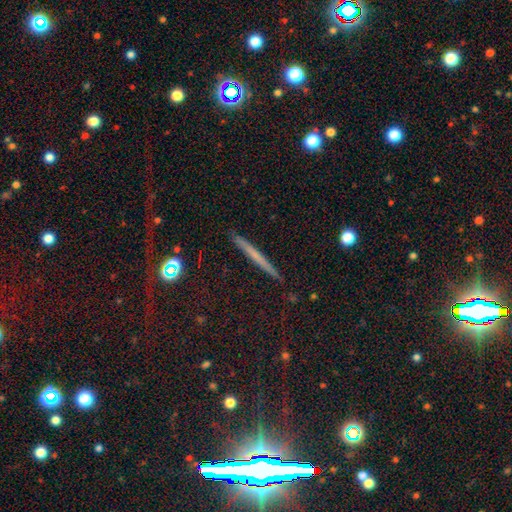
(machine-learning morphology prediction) smooth 45%, featured or disk 43%, star or artifact 13%. Down the decision tree: merging — none (91%).